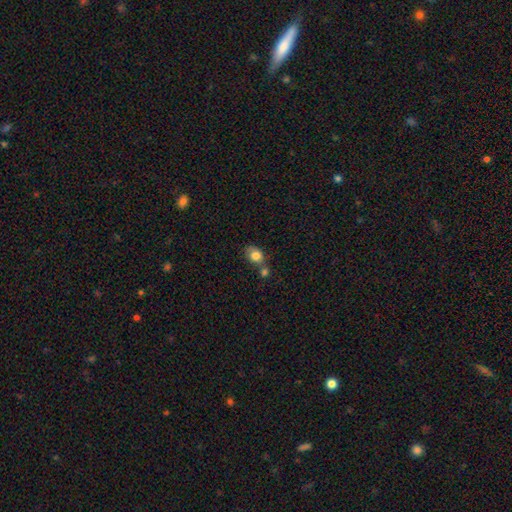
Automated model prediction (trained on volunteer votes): This appears to be a smooth galaxy with no disk features (82%) that is in between round and cigar-shaped (55%). Merging: none (42%).